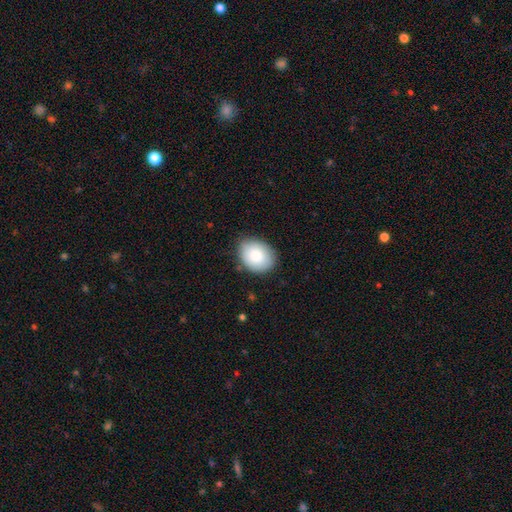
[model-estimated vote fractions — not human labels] Smooth or featured? smooth (82%)
How rounded? in between (60%)
Merging? none (81%)